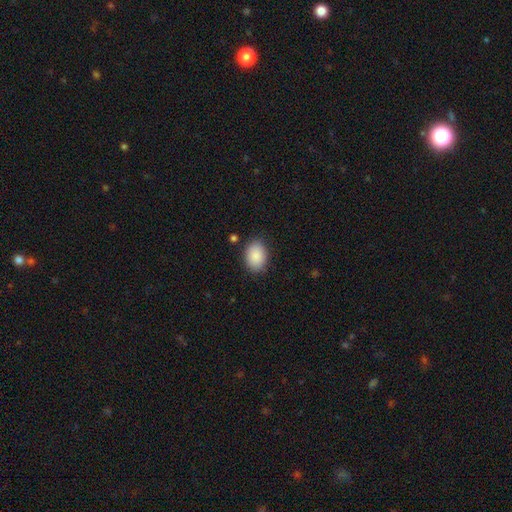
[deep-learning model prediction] smooth-or-featured: smooth: 89% | star or artifact: 7% | featured or disk: 4%
  how-rounded: in between: 79% | round: 20% | cigar-shaped: 1%
  merging: none: 85% | minor disturbance: 11% | major disturbance: 3% | merger: 1%